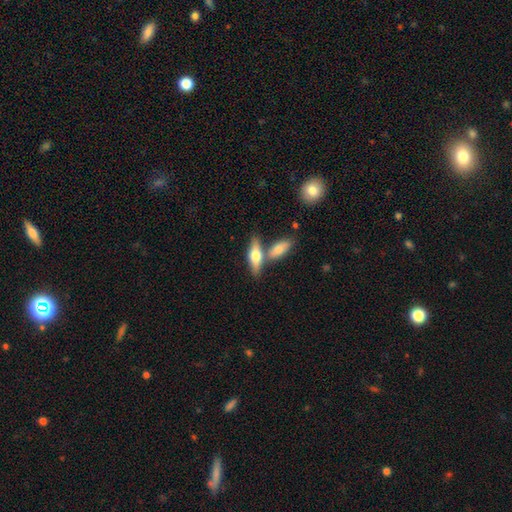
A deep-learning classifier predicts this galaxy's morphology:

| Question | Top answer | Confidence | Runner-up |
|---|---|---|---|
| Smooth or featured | smooth | 58% | featured or disk (36%) |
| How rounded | in between | 57% | cigar-shaped (40%) |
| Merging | none | 53% | merger (34%) |